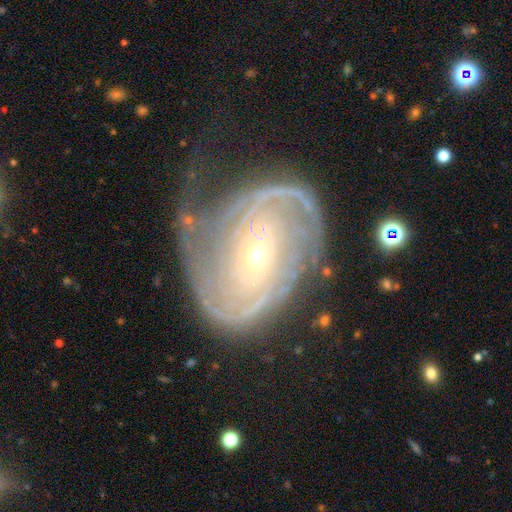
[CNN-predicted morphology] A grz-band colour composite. It shows a featured or disk galaxy (89%) with no bar (61%), 2 (48%) tight (58%) spiral arms (96%) and a small central bulge (74%). Merging: none (49%).